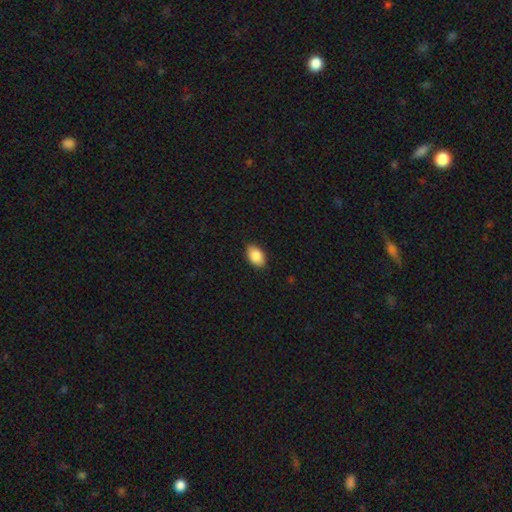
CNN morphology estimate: Smooth or featured?
  - smooth: 88% *
  - star or artifact: 7%
  - featured or disk: 5%
How rounded?
  - in between: 90% *
  - round: 8%
  - cigar-shaped: 1%
Merging?
  - none: 87% *
  - minor disturbance: 10%
  - major disturbance: 2%
  - merger: 1%